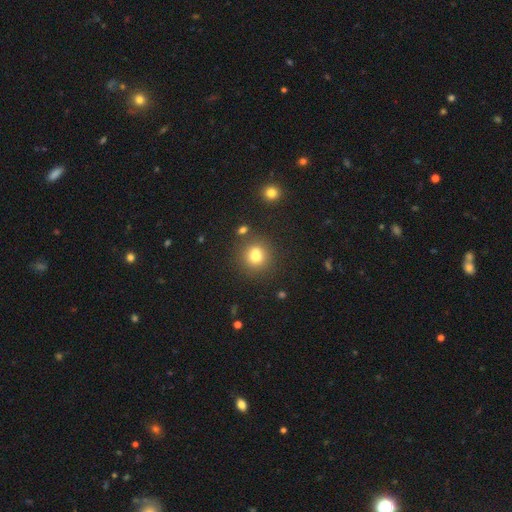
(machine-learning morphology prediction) smooth_or_featured: smooth (p=0.76) [alt: star or artifact p=0.13]
how_rounded: round (p=0.84) [alt: in between p=0.15]
merging: none (p=0.70) [alt: merger p=0.15]